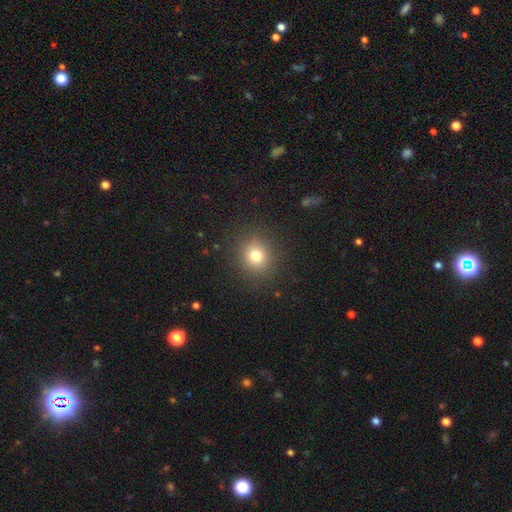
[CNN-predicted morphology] smooth-or-featured: smooth: 77% | star or artifact: 15% | featured or disk: 8%
  how-rounded: round: 87% | in between: 13% | cigar-shaped: 1%
  merging: none: 89% | minor disturbance: 7% | major disturbance: 3% | merger: 1%